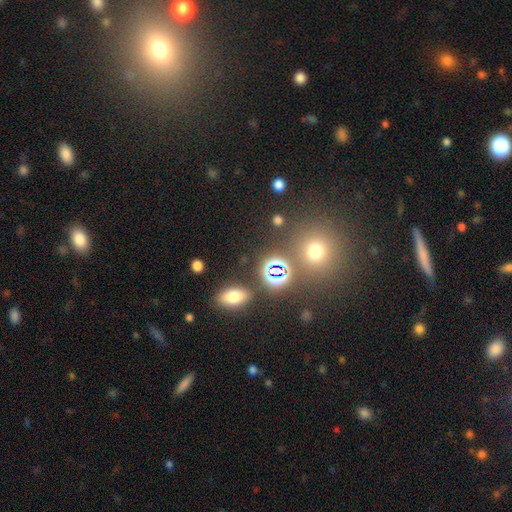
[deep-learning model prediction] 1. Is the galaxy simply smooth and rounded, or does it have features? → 47% star or artifact, 43% smooth, 11% featured or disk.